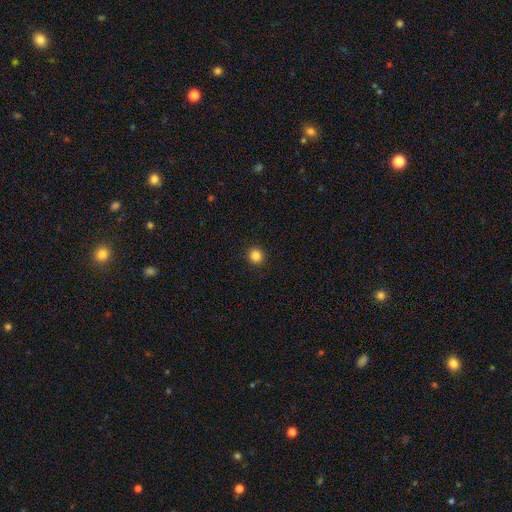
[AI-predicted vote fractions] Smooth or featured: smooth — 85% (star or artifact — 12%)
How rounded: round — 93% (in between — 6%)
Merging: none — 93% (minor disturbance — 5%)